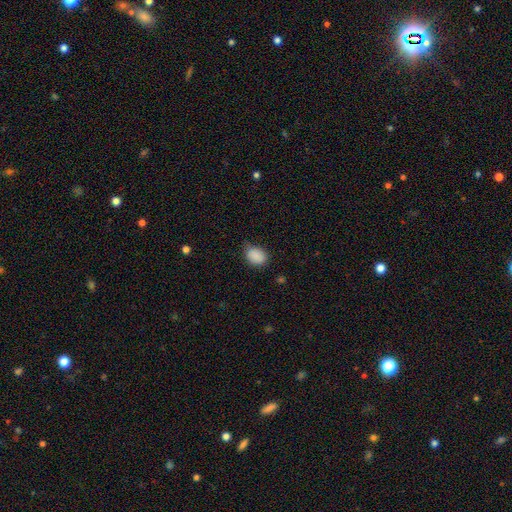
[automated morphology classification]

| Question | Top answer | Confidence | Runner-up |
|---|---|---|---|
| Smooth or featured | smooth | 88% | star or artifact (8%) |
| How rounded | in between | 67% | round (32%) |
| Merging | none | 68% | minor disturbance (26%) |